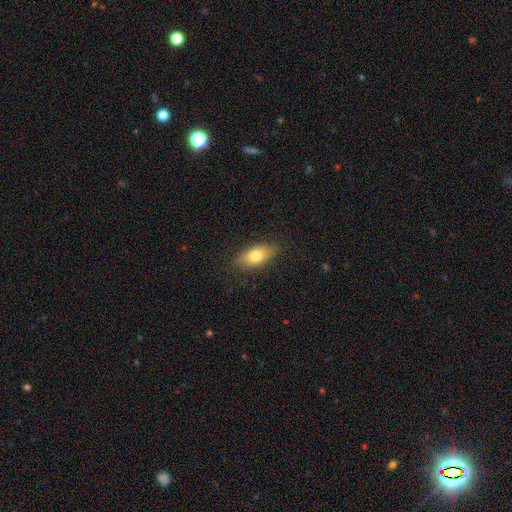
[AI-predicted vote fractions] Overall: smooth (75%). How rounded: in between (84%). Merging: none (86%).